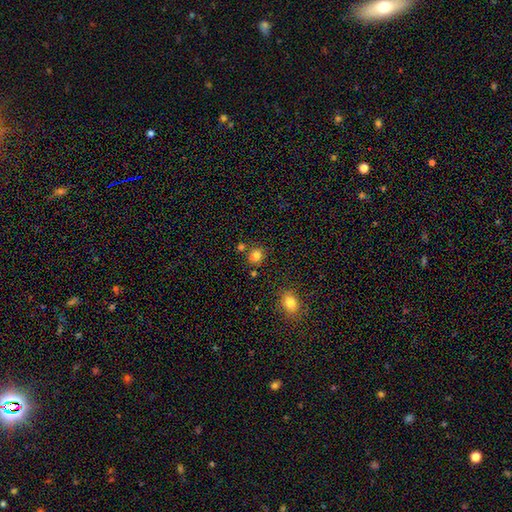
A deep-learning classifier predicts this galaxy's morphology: A smooth galaxy with no disk features (80%) that is round (69%). Merging: none (68%).